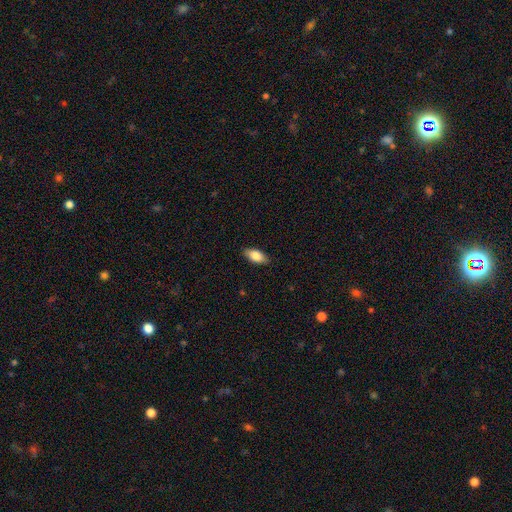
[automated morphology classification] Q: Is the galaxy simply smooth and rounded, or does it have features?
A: smooth — 82%.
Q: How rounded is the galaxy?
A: in between — 88%.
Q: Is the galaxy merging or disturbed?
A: none — 88%.